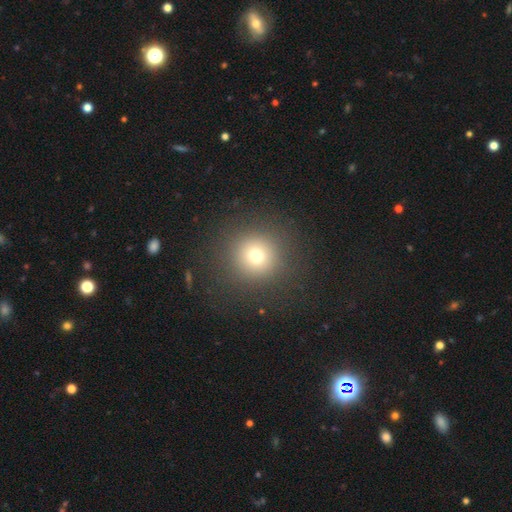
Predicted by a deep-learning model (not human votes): smooth_or_featured: smooth (p=0.74) [alt: star or artifact p=0.16]
how_rounded: round (p=0.94) [alt: in between p=0.05]
merging: none (p=0.89) [alt: minor disturbance p=0.06]